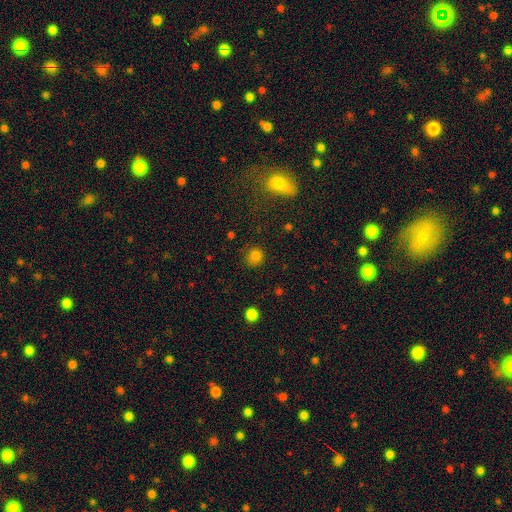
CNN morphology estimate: Q: Smooth or featured?
A: smooth (81%); runner-up: star or artifact (15%)
Q: How rounded?
A: round (87%); runner-up: in between (12%)
Q: Merging?
A: none (83%); runner-up: minor disturbance (12%)